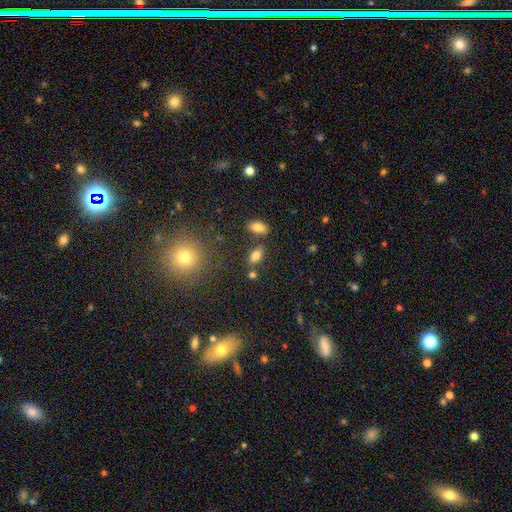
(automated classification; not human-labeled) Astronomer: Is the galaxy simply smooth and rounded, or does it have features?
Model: smooth — 73%.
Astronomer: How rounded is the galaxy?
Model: in between — 85%.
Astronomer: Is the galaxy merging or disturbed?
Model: none — 74%.